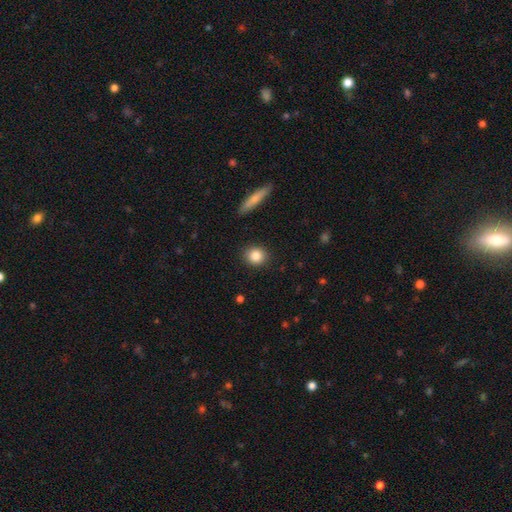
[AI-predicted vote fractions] smooth 84%, star or artifact 9%, featured or disk 7%. Down the decision tree: how rounded — round (81%); merging — none (90%).